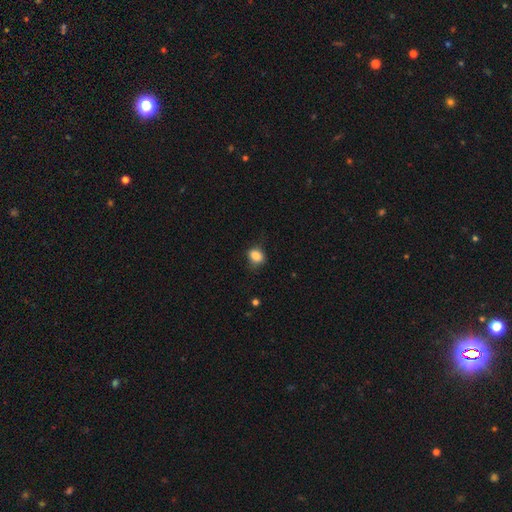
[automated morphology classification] Smooth or featured: smooth — 86% (star or artifact — 10%)
How rounded: in between — 54% (round — 45%)
Merging: none — 70% (minor disturbance — 23%)